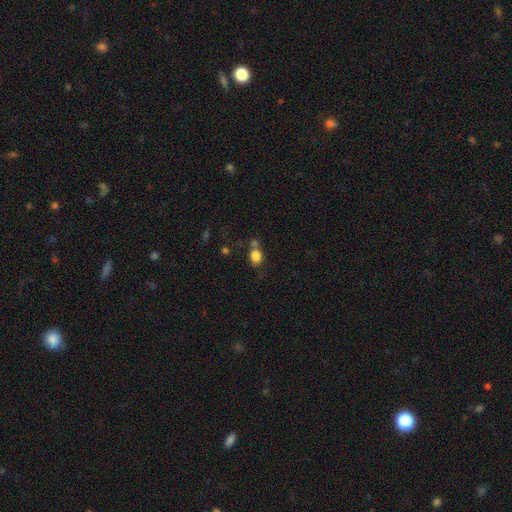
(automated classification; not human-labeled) A smooth galaxy with no disk features (82%) that is round (52%). Merging: none (54%).